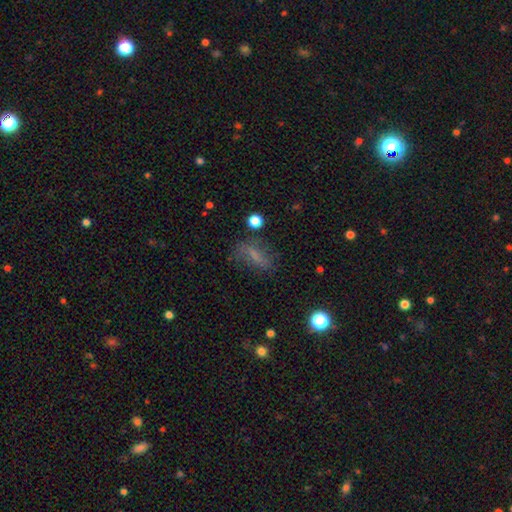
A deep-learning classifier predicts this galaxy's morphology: smooth-or-featured: smooth: 60% | featured or disk: 25% | star or artifact: 15%
  how-rounded: in between: 61% | cigar-shaped: 30% | round: 9%
  merging: none: 60% | minor disturbance: 22% | major disturbance: 14% | merger: 3%